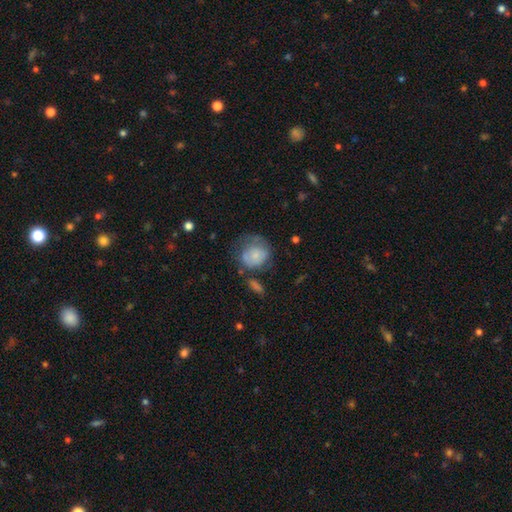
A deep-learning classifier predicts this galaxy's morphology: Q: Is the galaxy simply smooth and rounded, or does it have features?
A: smooth — 68%.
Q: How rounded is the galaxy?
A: round — 73%.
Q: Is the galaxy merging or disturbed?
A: none — 38%.